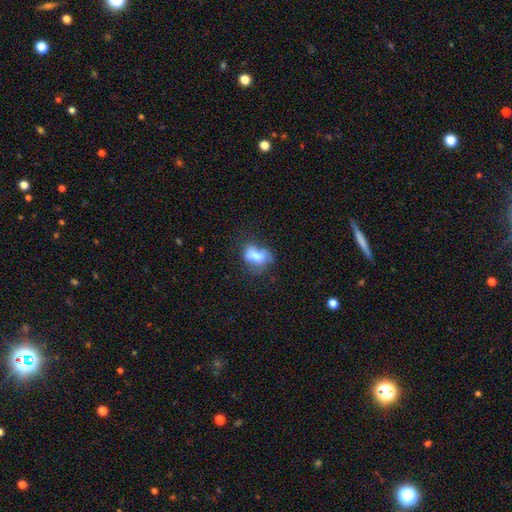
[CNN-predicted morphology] This is likely a smooth galaxy (65%). How rounded: likely in between (78%). Merging: marginally none (35%).